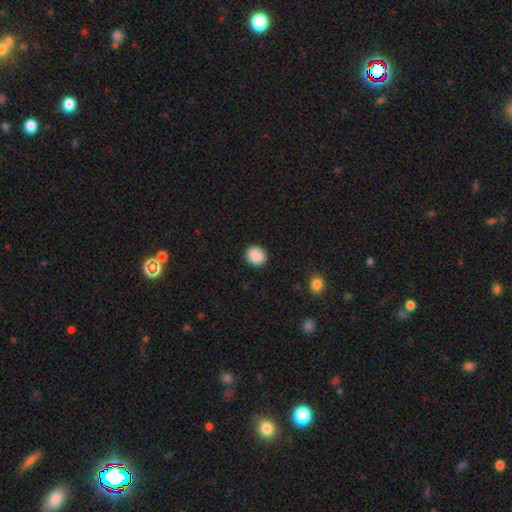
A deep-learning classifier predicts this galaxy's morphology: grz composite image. It shows a smooth galaxy with no disk features (90%) that is round (72%). Merging: none (90%).